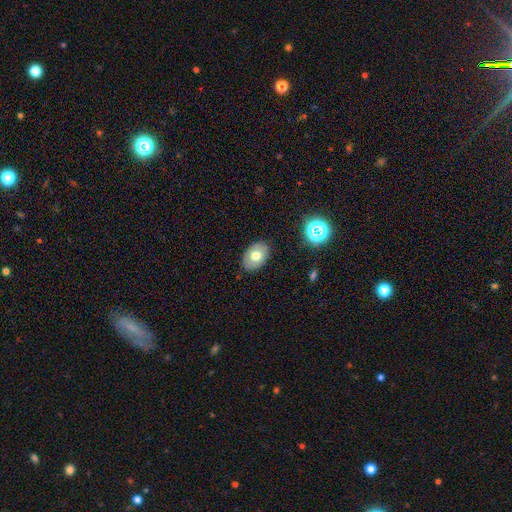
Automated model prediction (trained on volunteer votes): This is likely a smooth galaxy (69%). How rounded: clearly in between (81%). Merging: clearly none (85%).